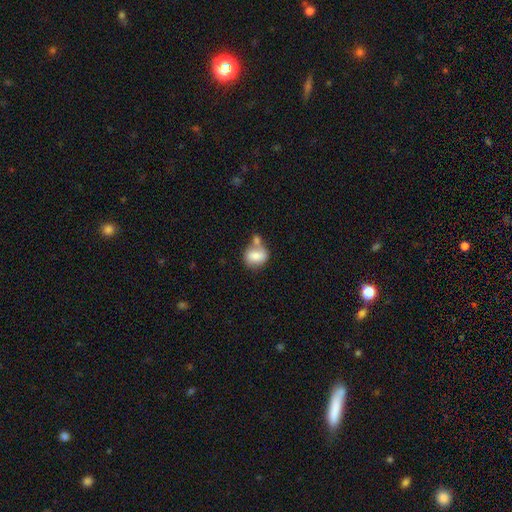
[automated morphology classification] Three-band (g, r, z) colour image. It shows a smooth galaxy with no disk features (75%) that is in between round and cigar-shaped (50%). Merging: merger (44%).